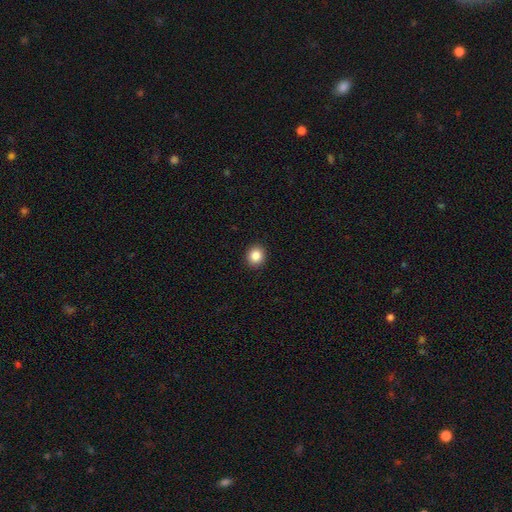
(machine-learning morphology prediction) This is clearly a smooth galaxy (86%). How rounded: clearly round (81%). Merging: clearly none (92%).